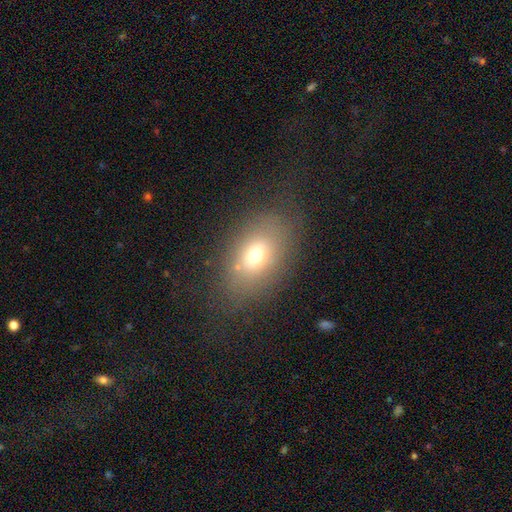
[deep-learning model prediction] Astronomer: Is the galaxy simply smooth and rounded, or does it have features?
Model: smooth — 68%.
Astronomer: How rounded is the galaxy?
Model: in between — 78%.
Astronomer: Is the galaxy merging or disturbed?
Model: none — 74%.